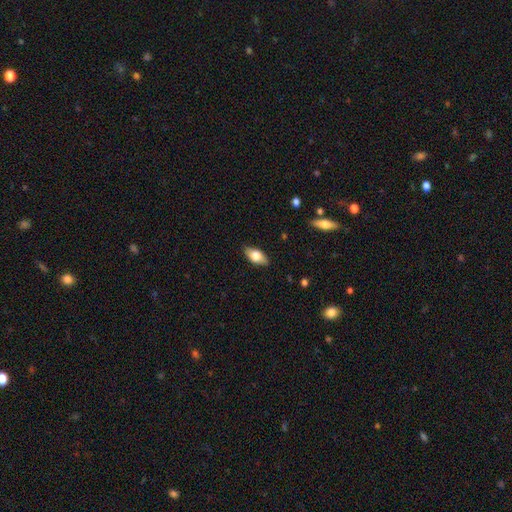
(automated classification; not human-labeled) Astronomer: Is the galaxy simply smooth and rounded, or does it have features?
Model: smooth — 68%.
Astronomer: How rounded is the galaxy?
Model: in between — 87%.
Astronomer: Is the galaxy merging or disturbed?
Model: none — 85%.